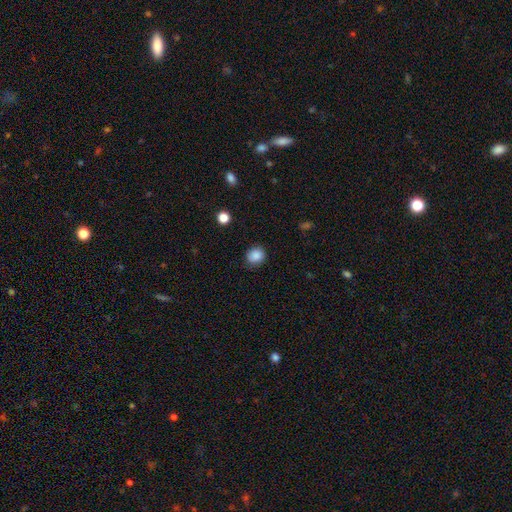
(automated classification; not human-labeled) Smooth or featured? smooth (87%)
How rounded? round (82%)
Merging? none (84%)